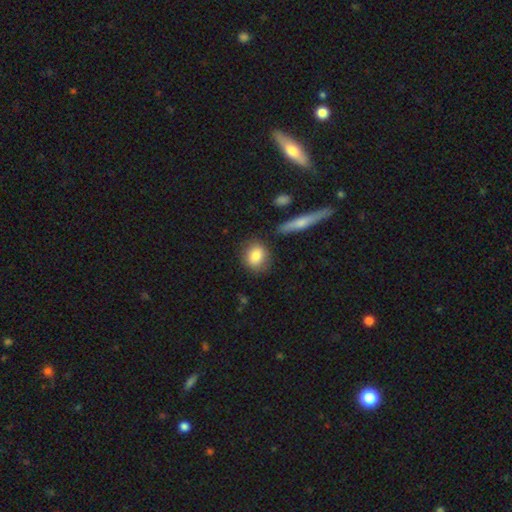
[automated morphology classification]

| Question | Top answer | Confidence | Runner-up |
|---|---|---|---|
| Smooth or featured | smooth | 84% | featured or disk (9%) |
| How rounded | round | 60% | in between (37%) |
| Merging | none | 78% | minor disturbance (12%) |